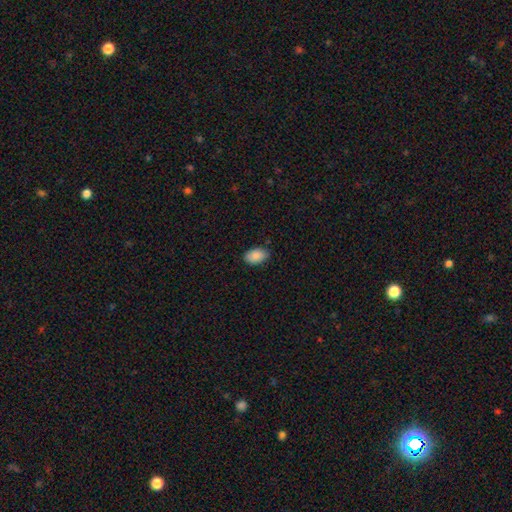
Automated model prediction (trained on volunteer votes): Smooth or featured: smooth — 88% (star or artifact — 7%)
How rounded: in between — 92% (round — 7%)
Merging: none — 85% (minor disturbance — 12%)